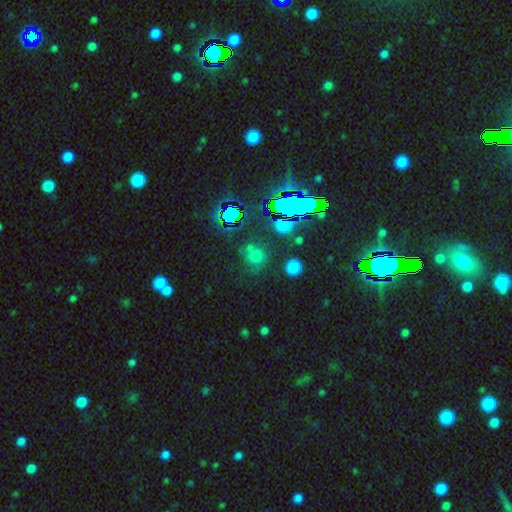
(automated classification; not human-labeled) Smooth or featured?
  - smooth: 53% *
  - star or artifact: 36%
  - featured or disk: 12%
How rounded?
  - round: 84% *
  - in between: 15%
  - cigar-shaped: 2%
Merging?
  - none: 68% *
  - minor disturbance: 15%
  - major disturbance: 9%
  - merger: 8%